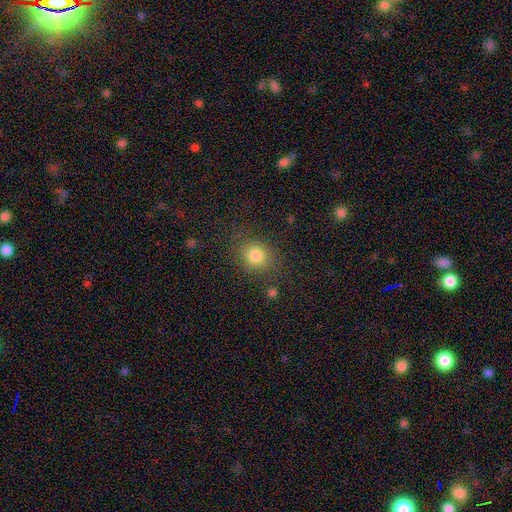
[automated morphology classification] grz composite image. It shows a smooth galaxy with no disk features (81%) that is round (73%). Merging: none (79%).